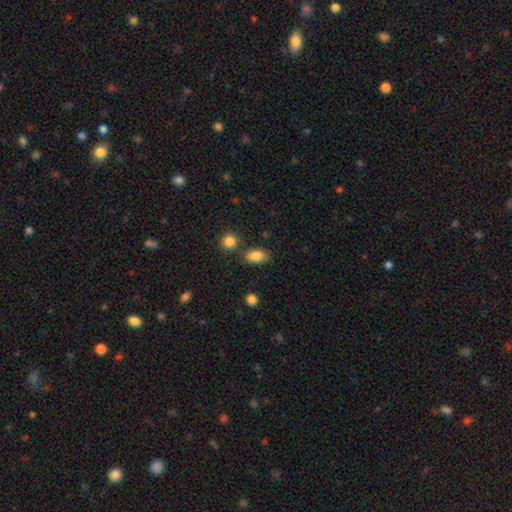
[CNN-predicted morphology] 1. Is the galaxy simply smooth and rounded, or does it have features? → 86% smooth, 8% star or artifact, 6% featured or disk.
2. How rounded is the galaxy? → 88% in between, 10% round, 2% cigar-shaped.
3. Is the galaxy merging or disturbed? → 76% none, 12% minor disturbance, 9% merger, 3% major disturbance.